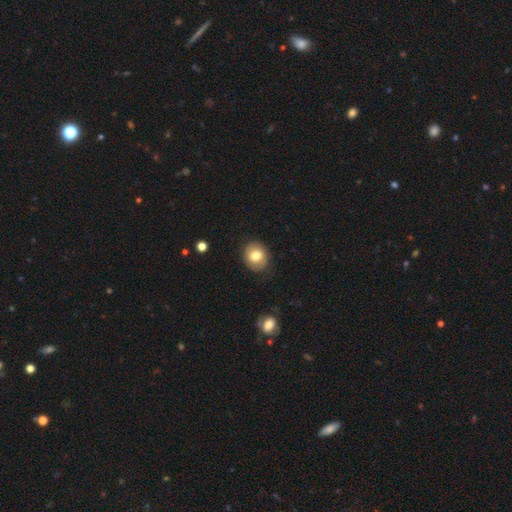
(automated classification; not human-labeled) A smooth galaxy with no disk features (78%) that is round (70%).

Vote fractions:
- Smooth or featured? smooth: 78% / featured or disk: 13% / star or artifact: 9%
- How rounded? round: 70% / in between: 29% / cigar-shaped: 1%
- Merging? none: 85% / minor disturbance: 11% / major disturbance: 3% / merger: 1%